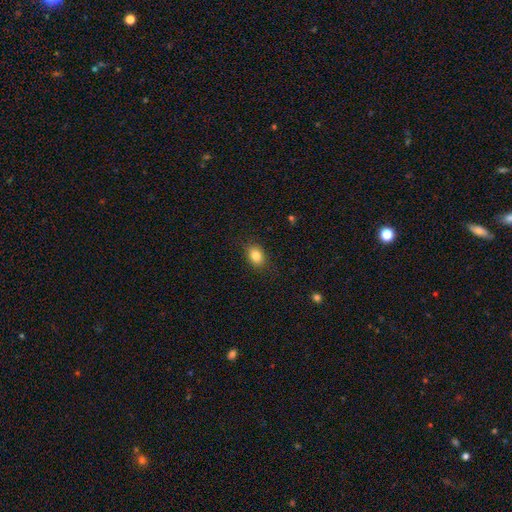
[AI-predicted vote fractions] Smooth or featured? smooth (84%)
How rounded? in between (72%)
Merging? none (86%)